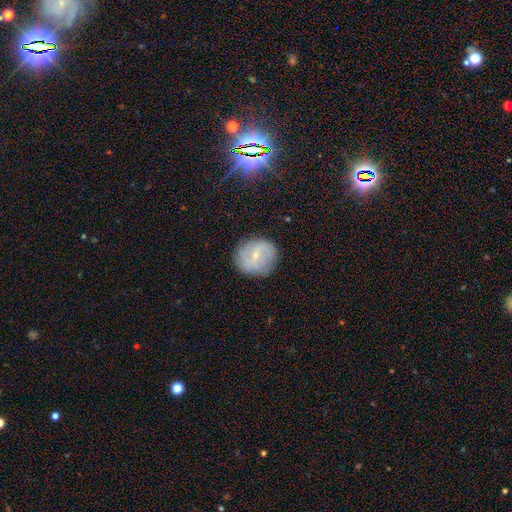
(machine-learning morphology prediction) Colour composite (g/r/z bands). It shows a featured or disk galaxy (50%). Merging: none (80%).